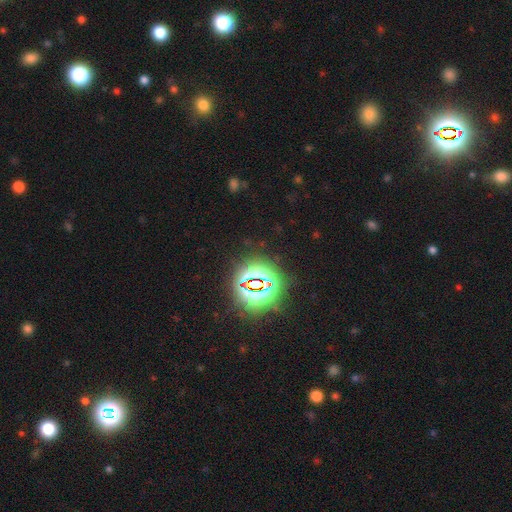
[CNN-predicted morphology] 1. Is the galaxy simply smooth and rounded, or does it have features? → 78% star or artifact, 14% smooth, 8% featured or disk.